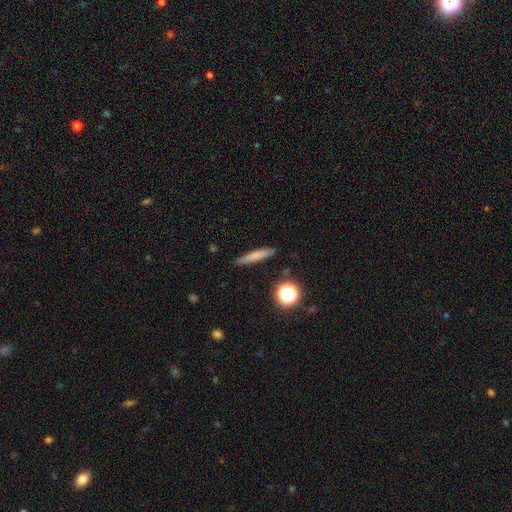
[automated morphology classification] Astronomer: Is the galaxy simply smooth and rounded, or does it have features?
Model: smooth — 71%.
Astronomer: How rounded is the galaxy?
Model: cigar-shaped — 89%.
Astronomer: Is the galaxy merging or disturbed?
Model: none — 86%.